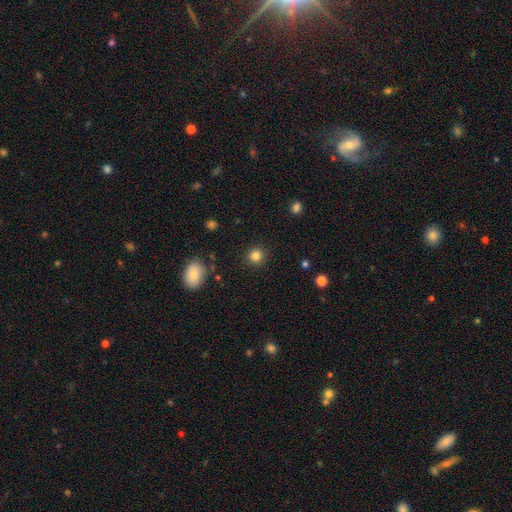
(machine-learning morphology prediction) Smooth or featured? smooth (84%)
How rounded? round (91%)
Merging? none (90%)